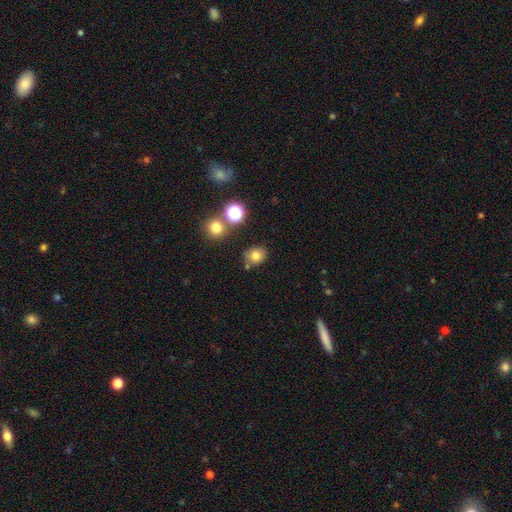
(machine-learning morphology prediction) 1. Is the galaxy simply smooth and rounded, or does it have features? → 76% smooth, 15% star or artifact, 9% featured or disk.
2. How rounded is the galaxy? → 63% round, 36% in between, 1% cigar-shaped.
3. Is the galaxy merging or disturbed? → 76% none, 13% minor disturbance, 8% merger, 4% major disturbance.